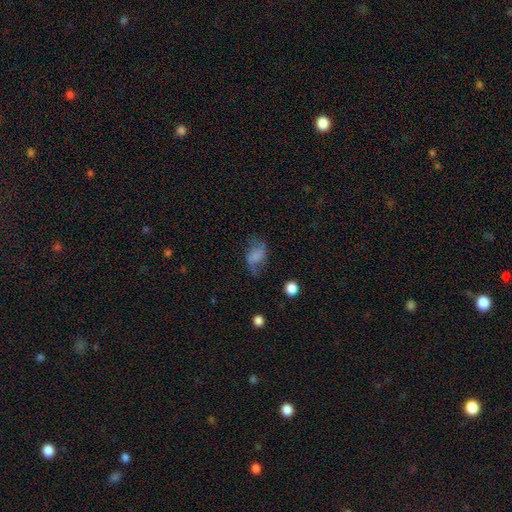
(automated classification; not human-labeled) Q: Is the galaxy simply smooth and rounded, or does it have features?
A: smooth — 61%.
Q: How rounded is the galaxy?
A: in between — 84%.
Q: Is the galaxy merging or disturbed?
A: none — 50%.